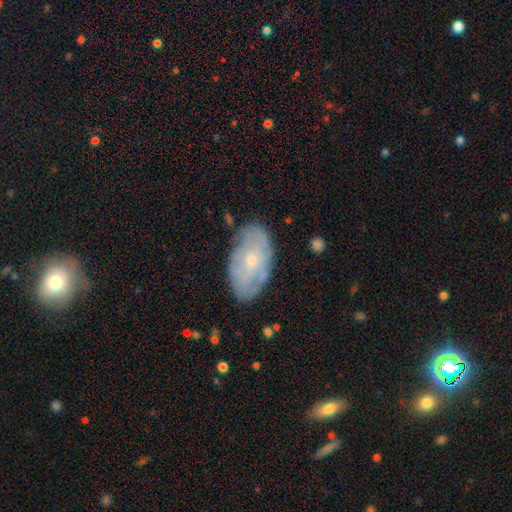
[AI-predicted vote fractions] featured or disk 59%, smooth 31%, star or artifact 9%. Down the decision tree: edge-on disk — no (92%); bar — no (77%); spiral arms — yes (68%); bulge size — small (60%); merging — none (79%).